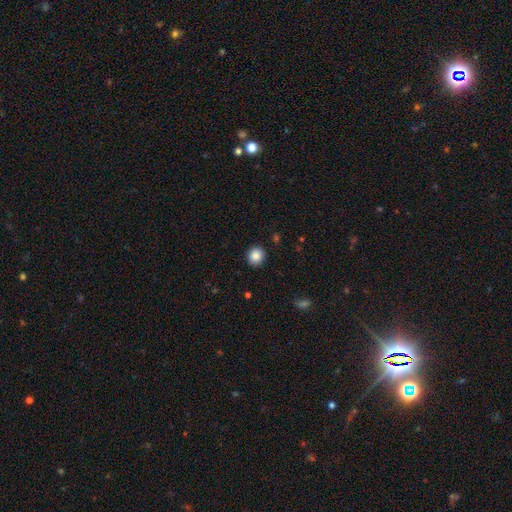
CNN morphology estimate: The model was most divided on "how rounded": round: 87%, in between: 12%, cigar-shaped: 1%. More confident: merging — none (91%); smooth or featured — smooth (87%).